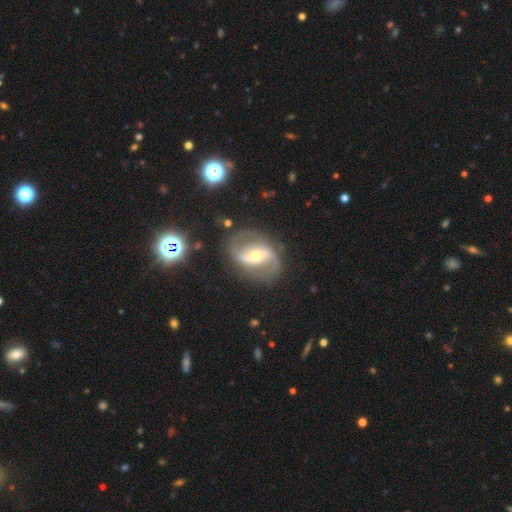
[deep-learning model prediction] Smooth or featured? featured or disk (84%)
Edge-on disk? no (96%)
Bar? strong (43%)
Spiral arms? yes (91%)
Spiral winding? medium (48%)
Spiral arm count? 2 (89%)
Bulge size? moderate (50%)
Merging? none (77%)